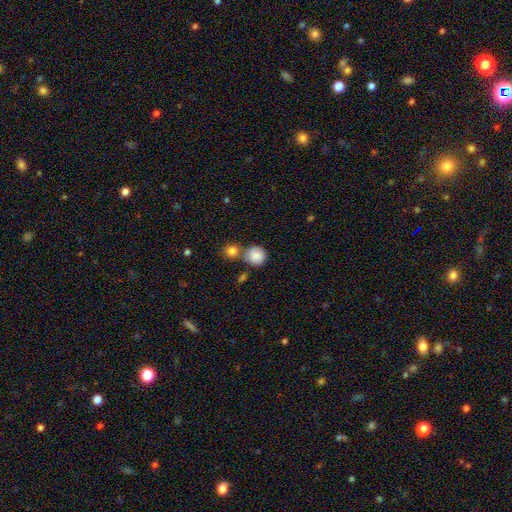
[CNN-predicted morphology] A smooth galaxy with no disk features (85%) that is round (87%).

Vote fractions:
- Smooth or featured? smooth: 85% / star or artifact: 8% / featured or disk: 8%
- How rounded? round: 87% / in between: 12% / cigar-shaped: 1%
- Merging? none: 53% / merger: 30% / minor disturbance: 13% / major disturbance: 5%